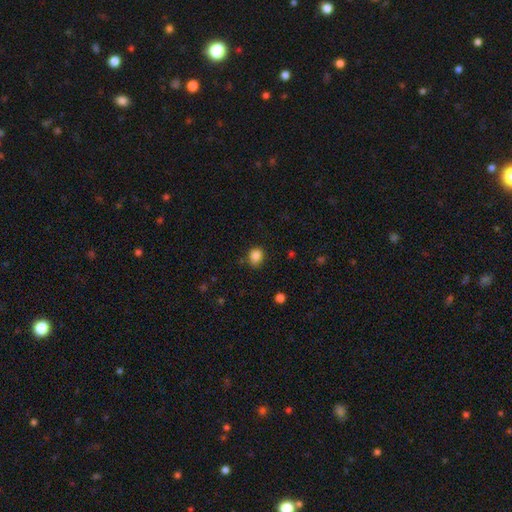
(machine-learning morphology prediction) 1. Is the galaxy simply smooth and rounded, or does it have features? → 86% smooth, 10% star or artifact, 4% featured or disk.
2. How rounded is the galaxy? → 61% round, 39% in between, 1% cigar-shaped.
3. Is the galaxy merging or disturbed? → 79% none, 15% minor disturbance, 3% major disturbance, 2% merger.